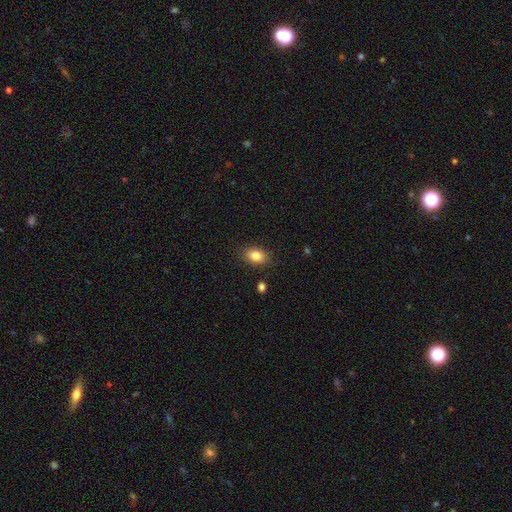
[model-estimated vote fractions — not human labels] Q: Smooth or featured?
A: smooth (84%); runner-up: star or artifact (9%)
Q: How rounded?
A: in between (78%); runner-up: round (20%)
Q: Merging?
A: none (85%); runner-up: minor disturbance (10%)